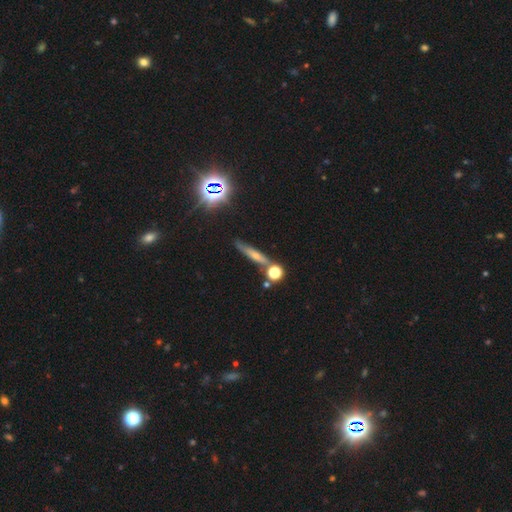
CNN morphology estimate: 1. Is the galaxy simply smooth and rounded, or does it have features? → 45% smooth, 38% featured or disk, 18% star or artifact.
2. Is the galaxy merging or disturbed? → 71% none, 13% minor disturbance, 12% merger, 4% major disturbance.